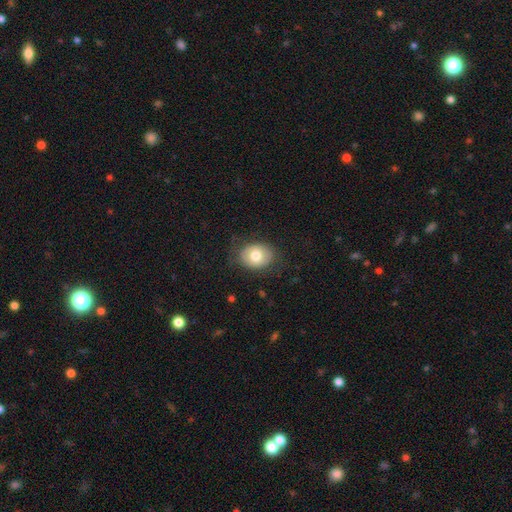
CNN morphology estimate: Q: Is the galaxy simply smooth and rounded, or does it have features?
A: smooth — 74%.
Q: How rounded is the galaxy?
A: in between — 52%.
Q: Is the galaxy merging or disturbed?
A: none — 78%.